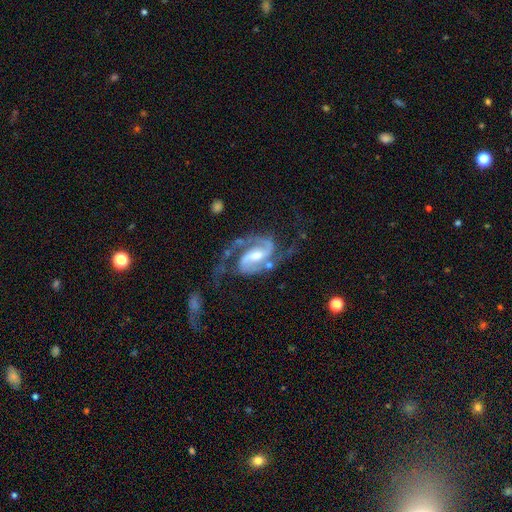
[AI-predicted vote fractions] A featured or disk galaxy (93%) with a weak bar (45%), 2 (93%) medium (58%) spiral arms (98%) and a moderate central bulge (58%). Merging: none (59%).